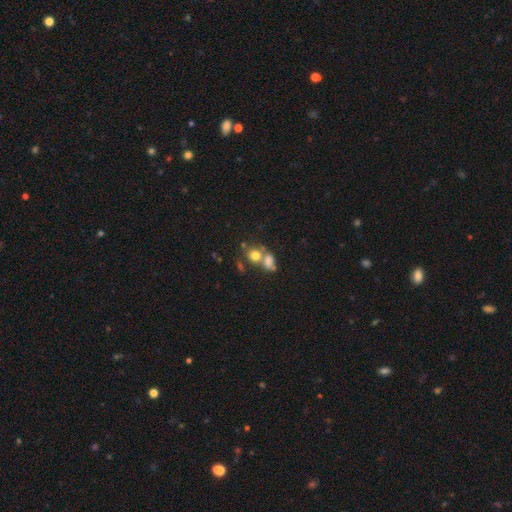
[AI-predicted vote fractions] smooth_or_featured: smooth (p=0.73) [alt: featured or disk p=0.15]
how_rounded: round (p=0.61) [alt: in between p=0.38]
merging: merger (p=0.48) [alt: none p=0.35]